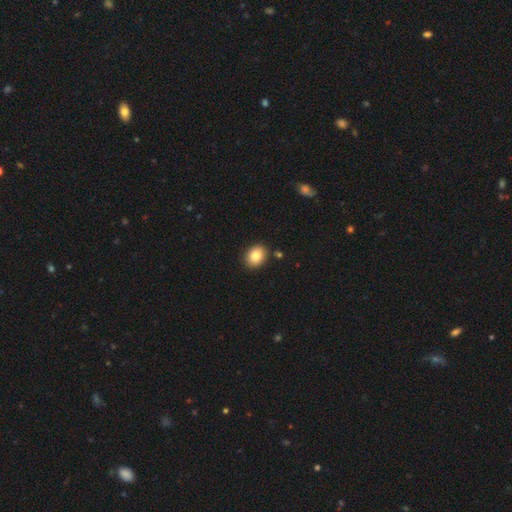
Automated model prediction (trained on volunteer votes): A smooth galaxy with no disk features (85%) that is in between round and cigar-shaped (52%). Merging: none (88%).